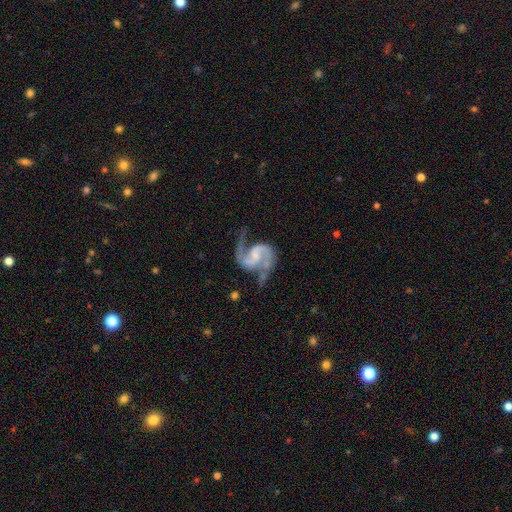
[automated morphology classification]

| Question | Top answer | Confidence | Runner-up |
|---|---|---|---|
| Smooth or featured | featured or disk | 93% | star or artifact (4%) |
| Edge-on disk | no | 98% | yes (2%) |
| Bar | weak | 44% | no (40%) |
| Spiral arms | yes | 98% | no (2%) |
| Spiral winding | medium | 55% | loose (34%) |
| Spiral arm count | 2 | 93% | 1 (2%) |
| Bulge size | none | 50% | small (27%) |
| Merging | none | 63% | minor disturbance (19%) |